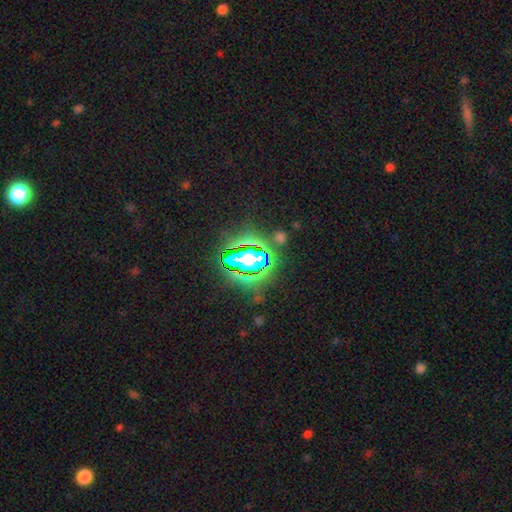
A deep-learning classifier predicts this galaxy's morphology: This is clearly a star or artifact rather than a galaxy (83%).